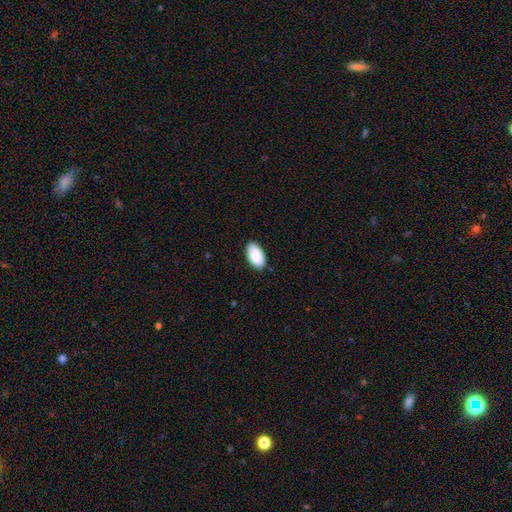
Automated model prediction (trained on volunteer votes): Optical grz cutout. It shows a smooth galaxy with no disk features (90%) that is in between round and cigar-shaped (96%). Merging: none (87%).